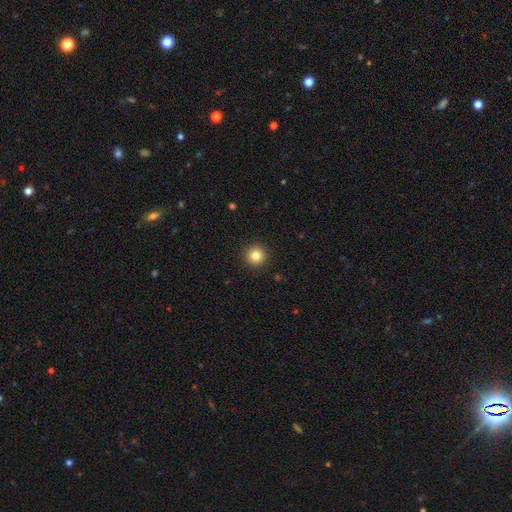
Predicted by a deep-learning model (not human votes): Morphology: type=smooth (82%); roundness=round (96%); merging=none (93%).